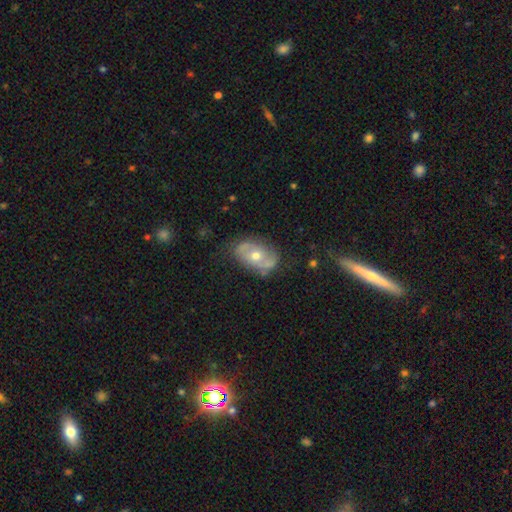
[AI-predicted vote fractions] Morphology: type=featured or disk (65%); edge-on=no (93%); bar=no (71%); spiral arms=yes (66%); bulge=moderate (69%); merging=none (68%).